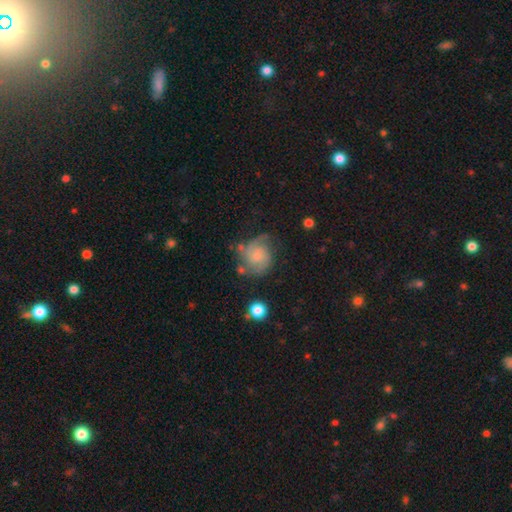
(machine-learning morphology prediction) type=featured or disk (72%); edge-on=no (98%); bar=no (72%); spiral arms=yes (93%); winding=medium (45%); arm count=2 (61%); bulge=small (50%); merging=none (57%).